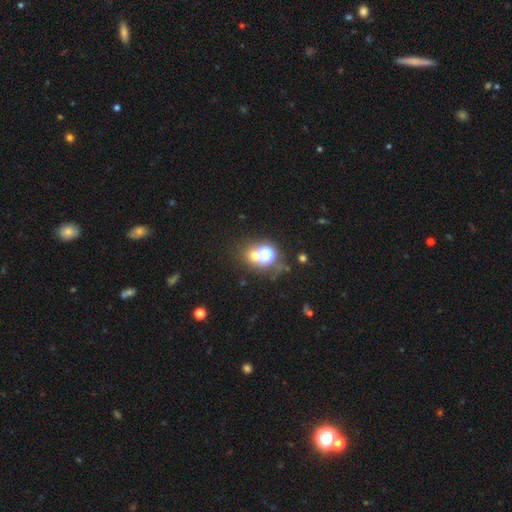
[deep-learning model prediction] The model was most divided on "smooth or featured": smooth: 48%, star or artifact: 41%, featured or disk: 11%. More confident: merging — none (62%).